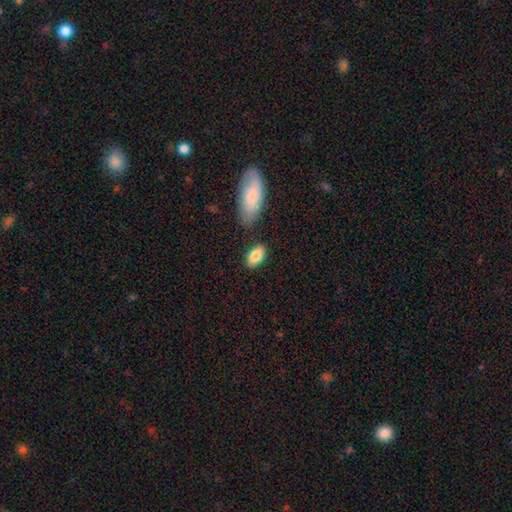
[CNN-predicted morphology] Smooth or featured? smooth (84%)
How rounded? in between (91%)
Merging? none (81%)